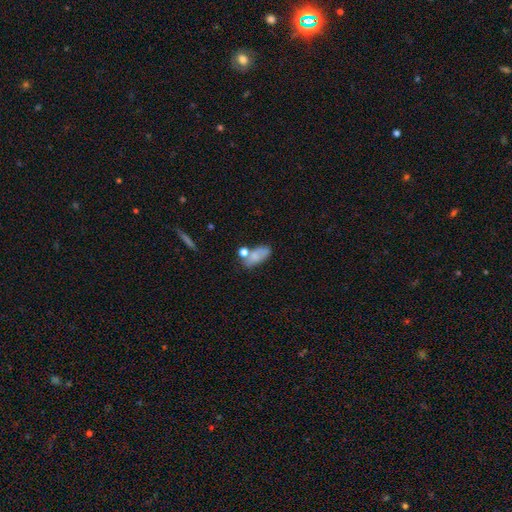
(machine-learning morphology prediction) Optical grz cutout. It shows a smooth galaxy with no disk features (71%) that is in between round and cigar-shaped (87%). Merging: none (42%).